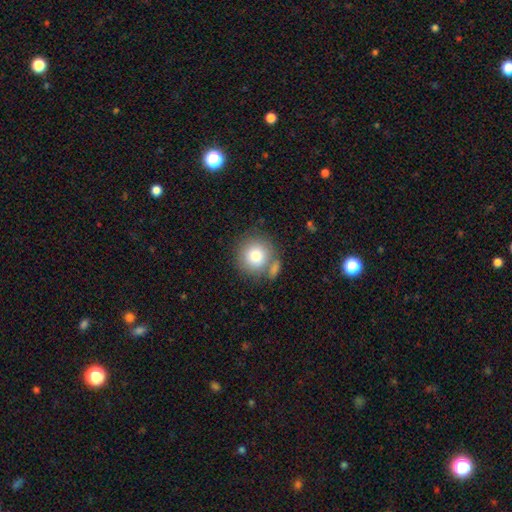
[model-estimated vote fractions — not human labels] smooth 79%, featured or disk 12%, star or artifact 9%. Down the decision tree: how rounded — round (92%); merging — none (66%).